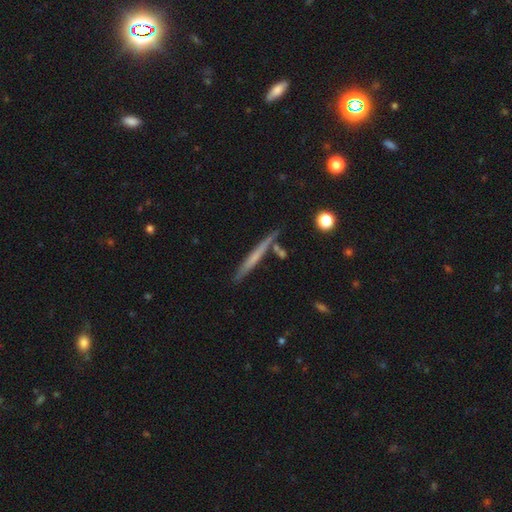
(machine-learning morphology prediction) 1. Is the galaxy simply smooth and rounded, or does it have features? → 47% smooth (tied), 47% featured or disk (tied), 7% star or artifact.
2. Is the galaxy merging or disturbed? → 83% none, 10% minor disturbance, 5% merger, 2% major disturbance.